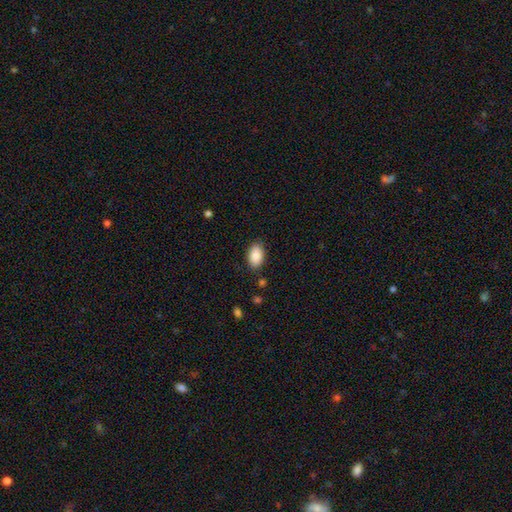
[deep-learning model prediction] Smooth or featured?
  - smooth: 88% *
  - star or artifact: 7%
  - featured or disk: 5%
How rounded?
  - in between: 93% *
  - round: 5%
  - cigar-shaped: 1%
Merging?
  - none: 86% *
  - minor disturbance: 10%
  - major disturbance: 2%
  - merger: 1%